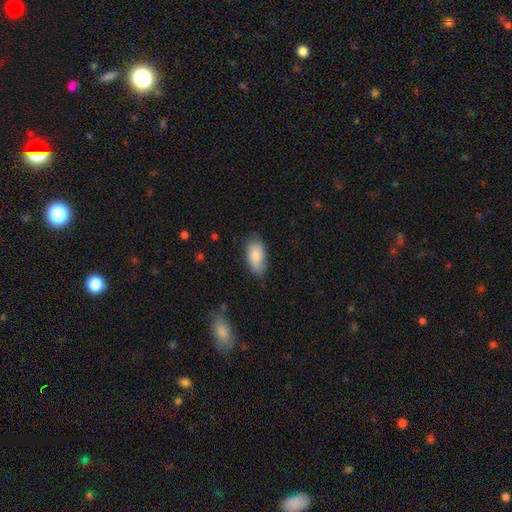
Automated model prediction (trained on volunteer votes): Smooth or featured? Predicted: smooth (p=0.84). How rounded? Predicted: in between (p=0.92). Merging? Predicted: none (p=0.70).